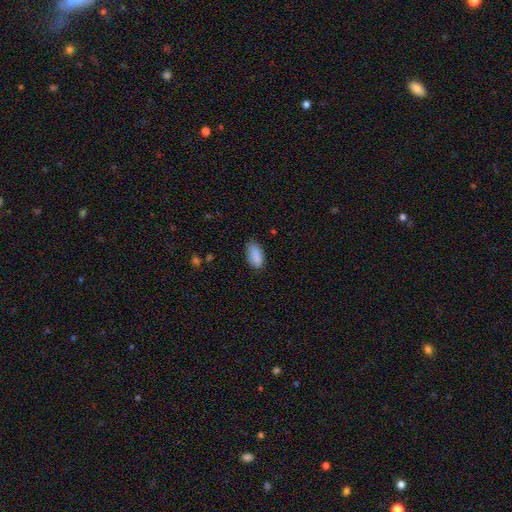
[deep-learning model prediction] Q: Smooth or featured?
A: smooth (88%); runner-up: star or artifact (7%)
Q: How rounded?
A: in between (92%); runner-up: cigar-shaped (5%)
Q: Merging?
A: none (76%); runner-up: minor disturbance (20%)